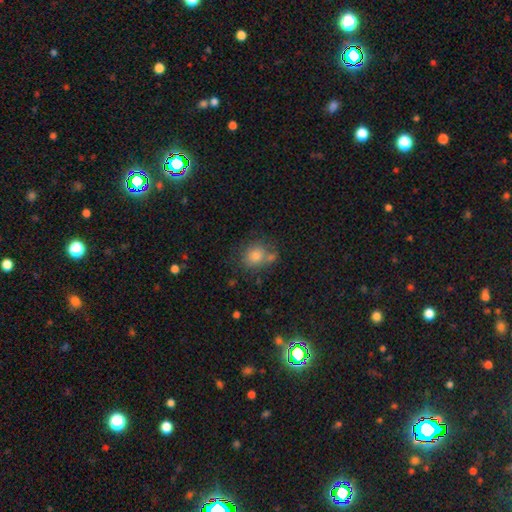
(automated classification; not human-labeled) Smooth or featured? Predicted: smooth (p=0.75). How rounded? Predicted: round (p=0.68). Merging? Predicted: none (p=0.60).